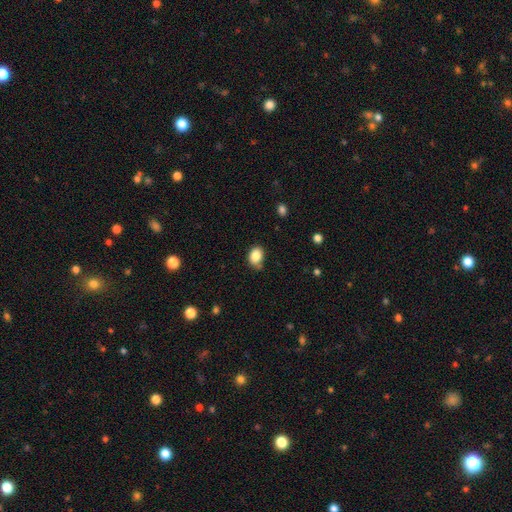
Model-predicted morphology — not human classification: Smooth or featured? smooth (86%)
How rounded? in between (63%)
Merging? none (66%)